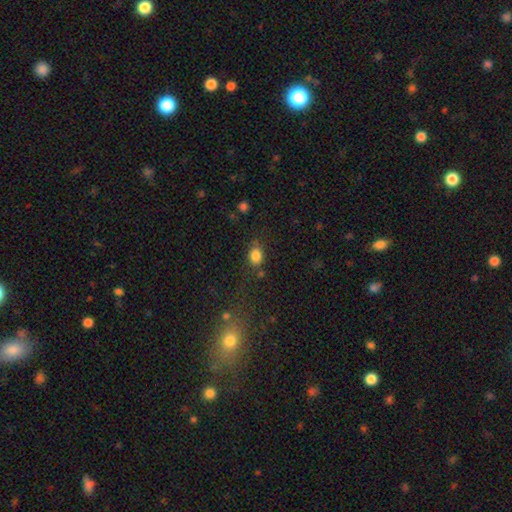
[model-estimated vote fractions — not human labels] Morphology: type=smooth (83%); roundness=in between (58%); merging=none (66%).